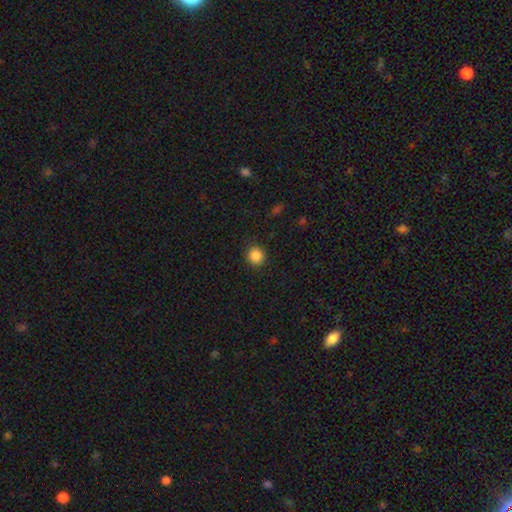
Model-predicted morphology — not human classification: A smooth galaxy with no disk features (87%) that is round (88%). Merging: none (91%).